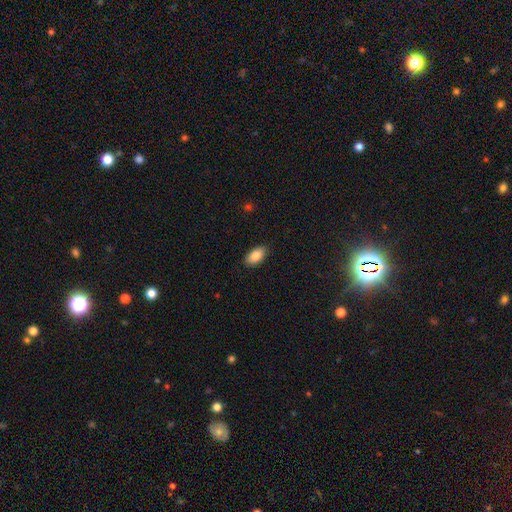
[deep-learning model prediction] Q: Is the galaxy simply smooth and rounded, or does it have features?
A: smooth — 84%.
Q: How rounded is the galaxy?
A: in between — 93%.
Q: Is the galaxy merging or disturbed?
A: none — 87%.